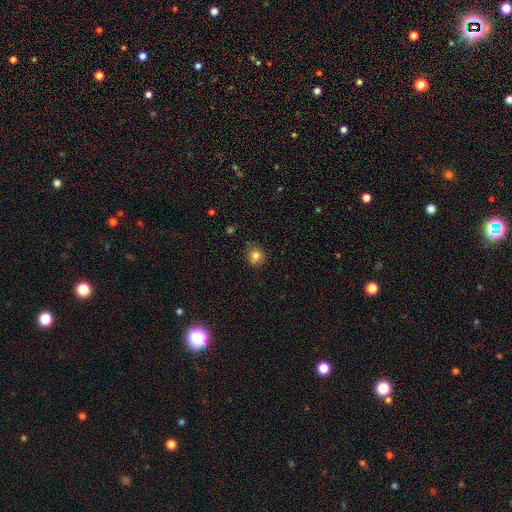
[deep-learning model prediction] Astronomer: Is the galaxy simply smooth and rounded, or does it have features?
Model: smooth — 80%.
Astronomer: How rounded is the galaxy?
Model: round — 76%.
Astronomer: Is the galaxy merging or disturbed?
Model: none — 69%.